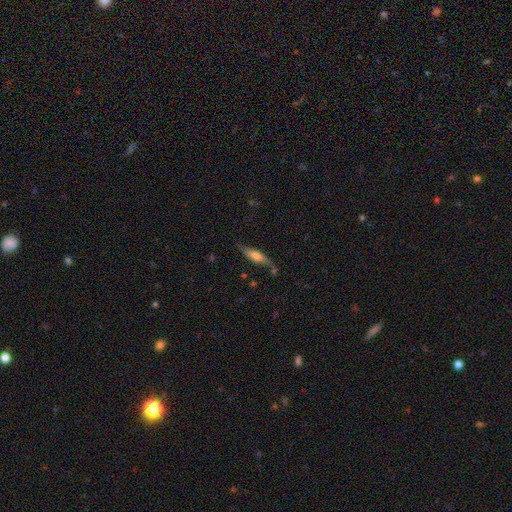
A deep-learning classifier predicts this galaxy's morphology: A smooth galaxy with no disk features (47%).

Vote fractions:
- Smooth or featured? smooth: 47% / featured or disk: 46% / star or artifact: 7%
- Merging? none: 67% / minor disturbance: 21% / merger: 6% / major disturbance: 6%